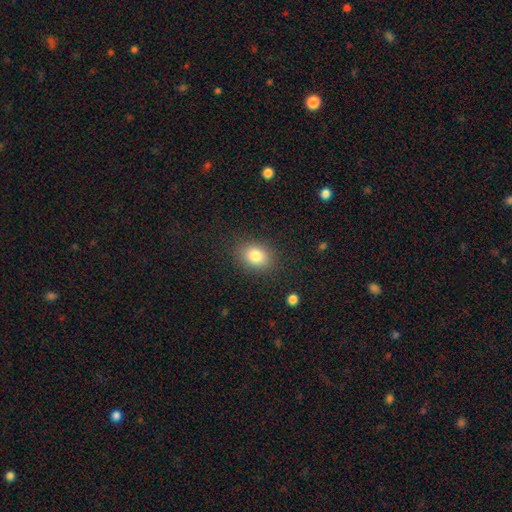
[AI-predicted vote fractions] This appears to be a smooth galaxy with no disk features (82%) that is in between round and cigar-shaped (63%). Merging: none (86%).